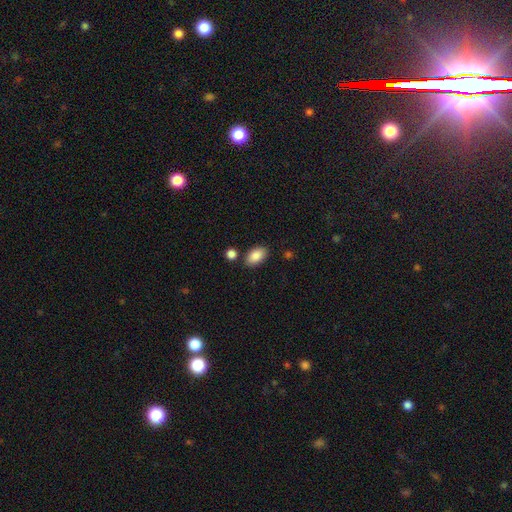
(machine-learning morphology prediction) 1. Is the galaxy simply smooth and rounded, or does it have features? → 87% smooth, 7% star or artifact, 6% featured or disk.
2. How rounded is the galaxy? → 93% in between, 6% round, 2% cigar-shaped.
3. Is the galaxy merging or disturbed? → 81% none, 11% minor disturbance, 6% merger, 3% major disturbance.